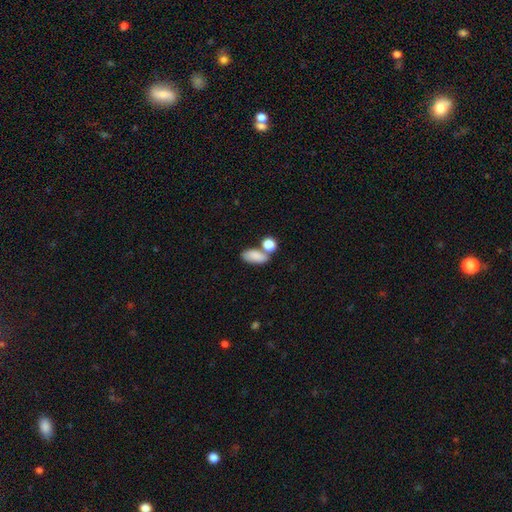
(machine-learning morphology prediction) Smooth or featured: smooth — 84% (star or artifact — 8%)
How rounded: in between — 88% (round — 7%)
Merging: none — 50% (merger — 31%)